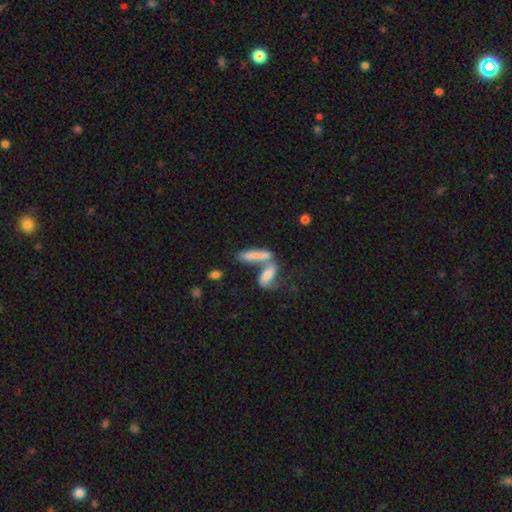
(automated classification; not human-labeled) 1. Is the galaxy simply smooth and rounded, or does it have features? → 68% smooth, 22% featured or disk, 10% star or artifact.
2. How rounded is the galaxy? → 67% cigar-shaped, 30% in between, 3% round.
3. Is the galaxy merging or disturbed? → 59% merger, 27% none, 8% minor disturbance, 6% major disturbance.